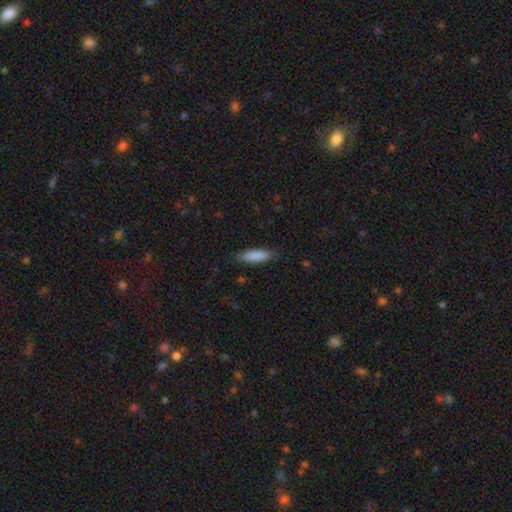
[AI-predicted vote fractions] Smooth or featured? Predicted: smooth (p=0.87). How rounded? Predicted: cigar-shaped (p=0.56). Merging? Predicted: none (p=0.84).